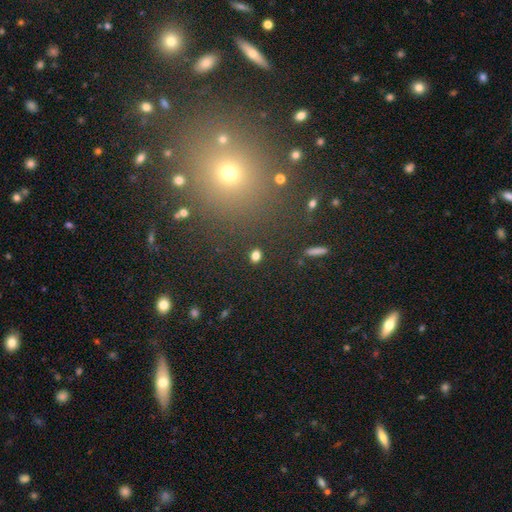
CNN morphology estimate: smooth_or_featured: smooth (p=0.79) [alt: star or artifact p=0.15]
how_rounded: round (p=0.52) [alt: in between p=0.45]
merging: none (p=0.88) [alt: minor disturbance p=0.07]